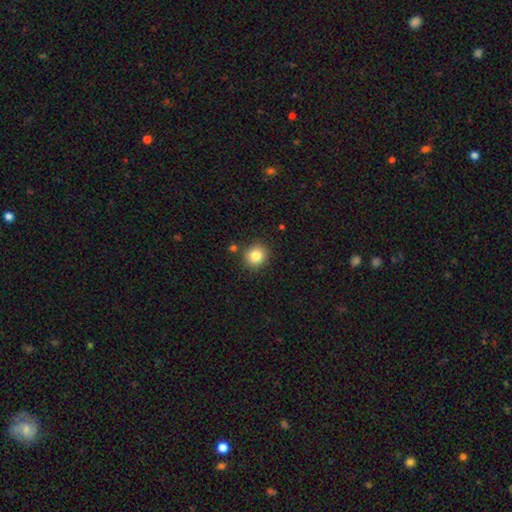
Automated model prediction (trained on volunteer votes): Overall: smooth (84%). How rounded: round (87%). Merging: none (85%).